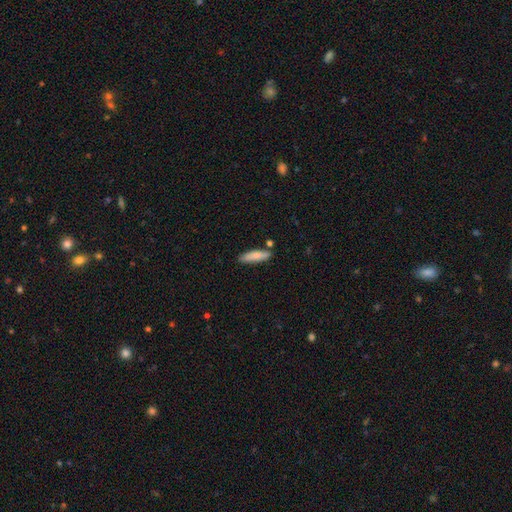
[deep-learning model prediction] A smooth galaxy with no disk features (81%) that is cigar-shaped (68%). Merging: none (80%).